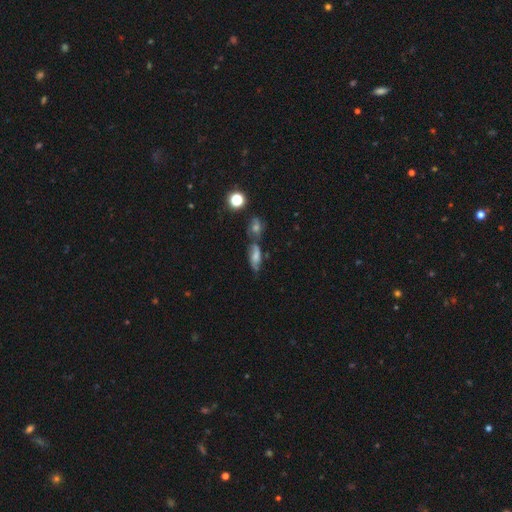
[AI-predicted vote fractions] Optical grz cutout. It shows a featured or disk galaxy (41%). Merging: none (50%).